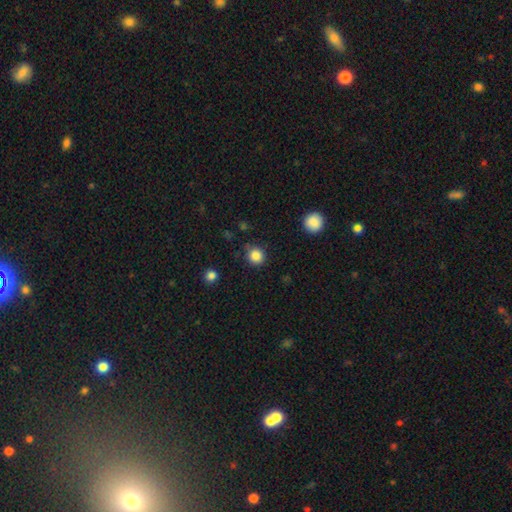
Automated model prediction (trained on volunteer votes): Q: Smooth or featured?
A: smooth (85%); runner-up: star or artifact (11%)
Q: How rounded?
A: round (90%); runner-up: in between (9%)
Q: Merging?
A: none (82%); runner-up: minor disturbance (12%)